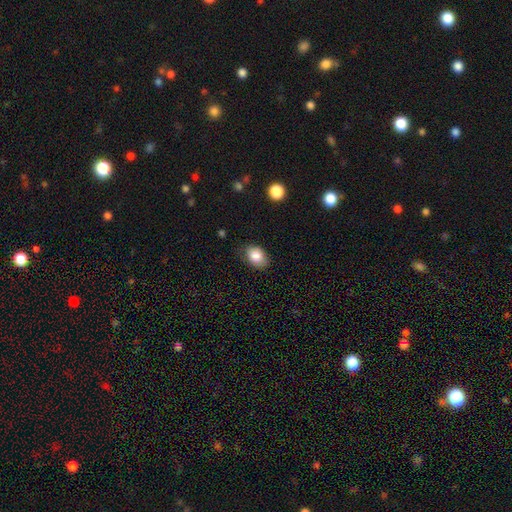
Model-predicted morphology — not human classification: Smooth or featured? Predicted: smooth (p=0.84). How rounded? Predicted: in between (p=0.78). Merging? Predicted: none (p=0.74).